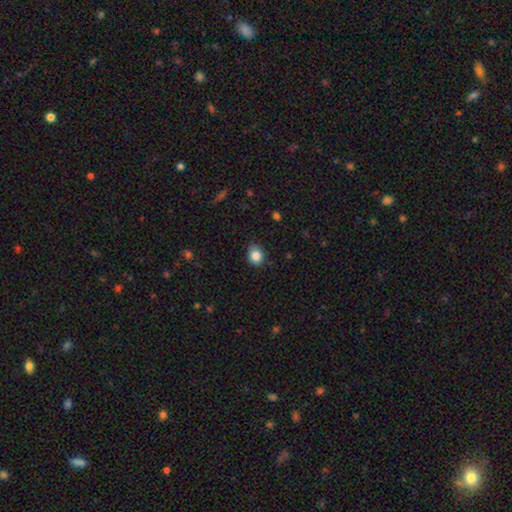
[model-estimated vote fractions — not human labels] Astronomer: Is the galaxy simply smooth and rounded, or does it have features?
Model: smooth — 86%.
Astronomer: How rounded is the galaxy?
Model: round — 56% (runner-up: in between, 43%).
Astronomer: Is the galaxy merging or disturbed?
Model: none — 75%.